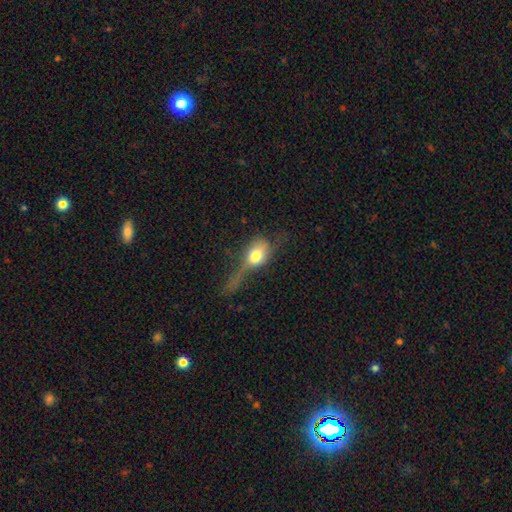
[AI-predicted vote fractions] smooth 61%, featured or disk 30%, star or artifact 9%. Down the decision tree: how rounded — in between (65%); merging — major disturbance (48%).